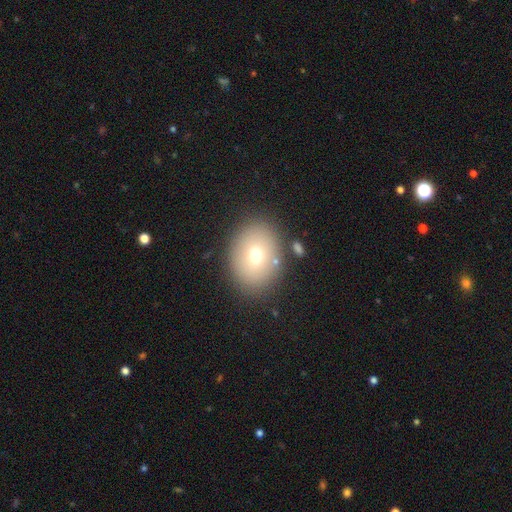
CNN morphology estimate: Smooth or featured? Predicted: smooth (p=0.70). How rounded? Predicted: in between (p=0.51). Merging? Predicted: none (p=0.82).